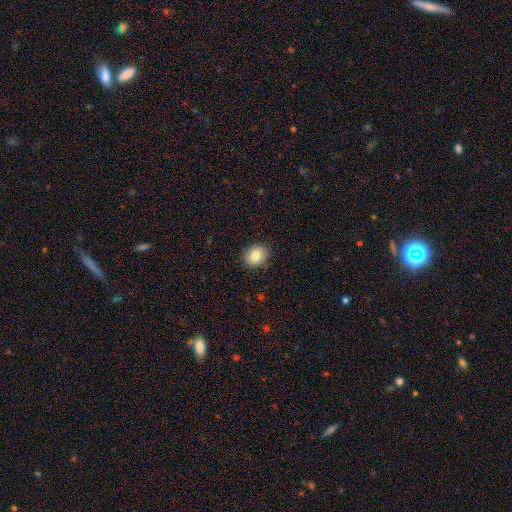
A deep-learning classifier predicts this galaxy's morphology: Smooth or featured: smooth — 83% (star or artifact — 9%)
How rounded: round — 72% (in between — 27%)
Merging: none — 89% (minor disturbance — 8%)